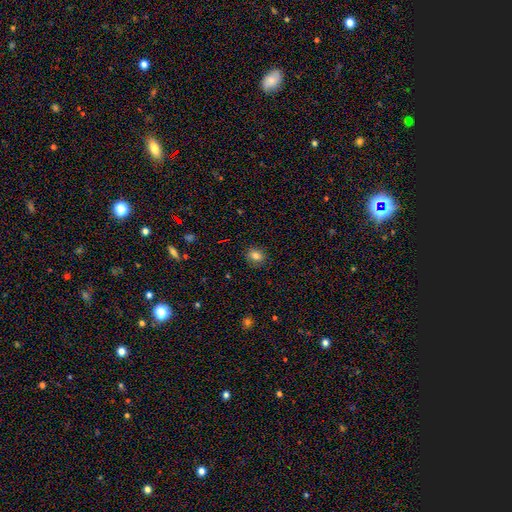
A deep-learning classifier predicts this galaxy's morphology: Overall: smooth (78%). How rounded: round (59%; in between 40%). Merging: none (84%).